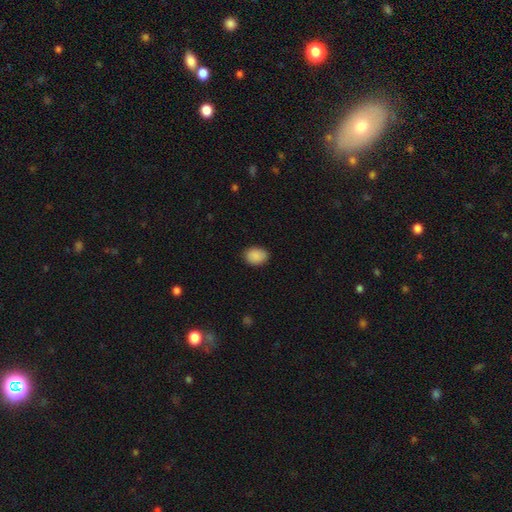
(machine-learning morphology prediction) The model was most divided on "how rounded": in between: 68%, round: 31%, cigar-shaped: 1%. More confident: smooth or featured — smooth (90%); merging — none (87%).